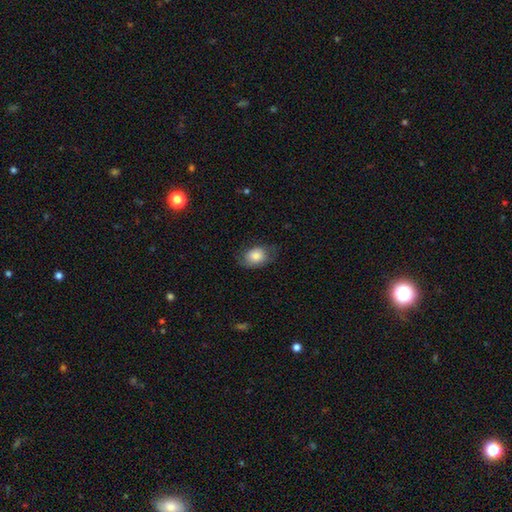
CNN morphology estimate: Smooth or featured: smooth — 76% (featured or disk — 16%)
How rounded: in between — 75% (round — 24%)
Merging: none — 64% (minor disturbance — 25%)